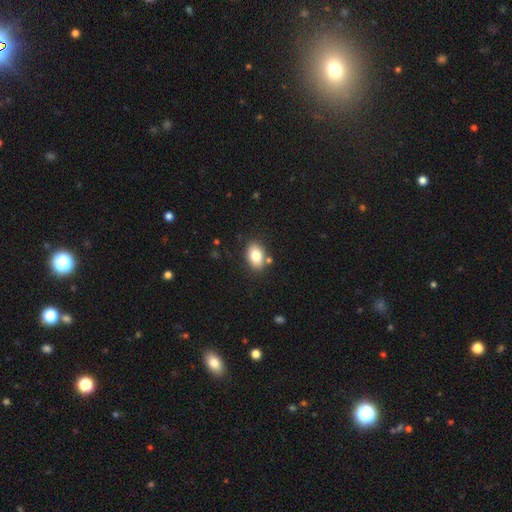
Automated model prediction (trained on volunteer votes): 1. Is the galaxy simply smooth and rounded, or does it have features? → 80% smooth, 12% featured or disk, 8% star or artifact.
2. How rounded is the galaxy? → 84% in between, 15% round, 1% cigar-shaped.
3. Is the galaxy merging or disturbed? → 82% none, 10% minor disturbance, 5% merger, 3% major disturbance.